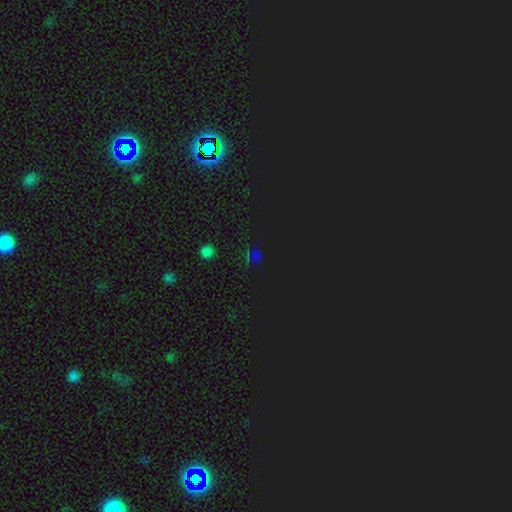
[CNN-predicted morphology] type=star or artifact (77%).